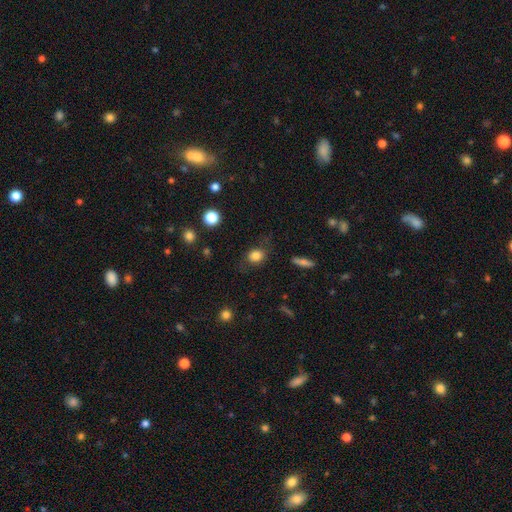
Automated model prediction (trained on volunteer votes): A smooth galaxy with no disk features (81%) that is round (51%).

Vote fractions:
- Smooth or featured? smooth: 81% / star or artifact: 10% / featured or disk: 9%
- How rounded? round: 51% / in between: 47% / cigar-shaped: 2%
- Merging? none: 71% / minor disturbance: 18% / major disturbance: 9% / merger: 2%